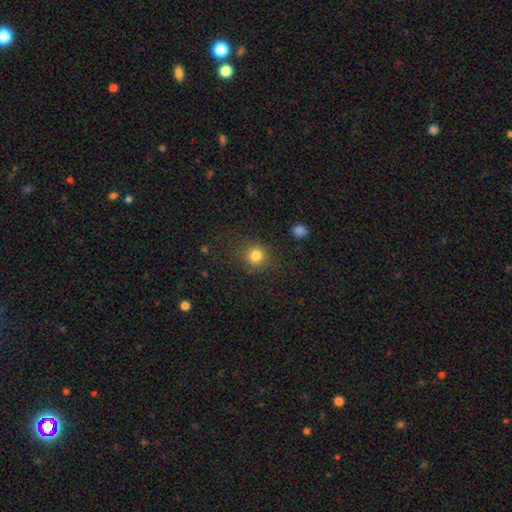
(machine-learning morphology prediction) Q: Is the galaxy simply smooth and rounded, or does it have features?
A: smooth — 83%.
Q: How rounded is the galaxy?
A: round — 88%.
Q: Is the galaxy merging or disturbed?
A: none — 84%.